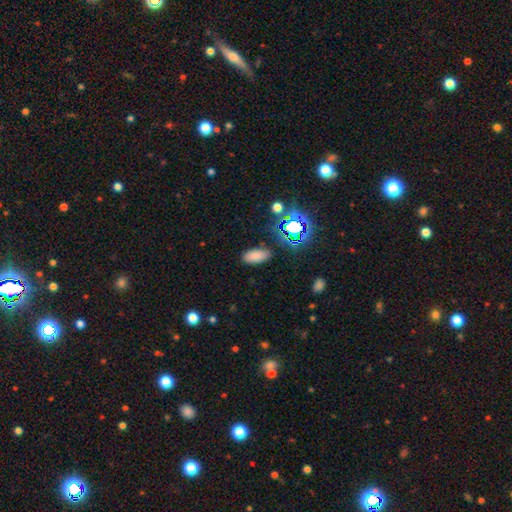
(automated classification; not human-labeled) Smooth or featured? smooth (76%)
How rounded? in between (91%)
Merging? none (84%)